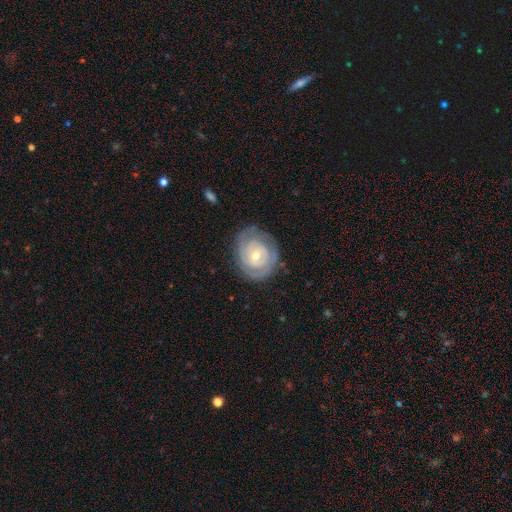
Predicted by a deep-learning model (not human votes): A featured or disk galaxy (81%) with no bar (64%), 2 (43%) tight (78%) spiral arms (87%) and a small central bulge (53%). Merging: none (75%).